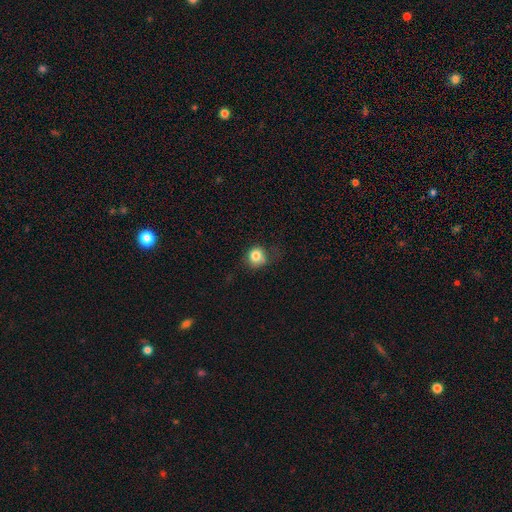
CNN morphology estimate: The model was most divided on "merging": none: 61%, minor disturbance: 26%, major disturbance: 11%, merger: 2%. More confident: how rounded — round (82%); smooth or featured — smooth (81%).